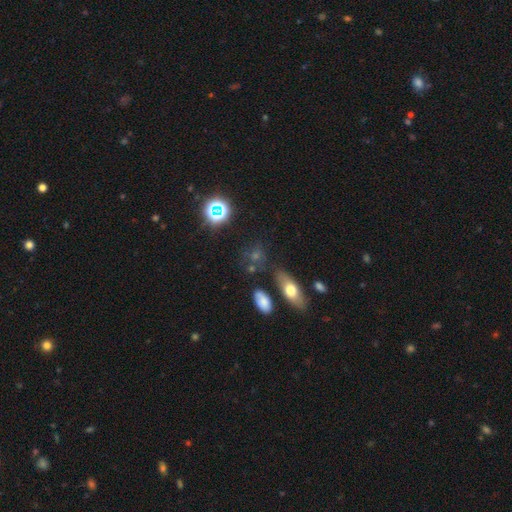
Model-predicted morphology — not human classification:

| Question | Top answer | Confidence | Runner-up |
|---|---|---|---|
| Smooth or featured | smooth | 46% | star or artifact (34%) |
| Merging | none | 69% | minor disturbance (15%) |